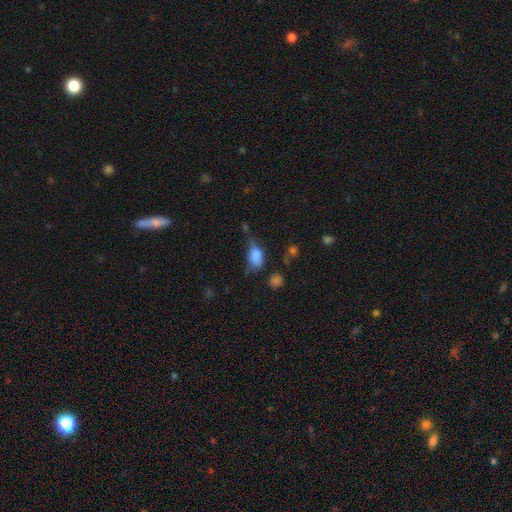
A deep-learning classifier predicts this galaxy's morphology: Q: Smooth or featured?
A: smooth (77%); runner-up: featured or disk (13%)
Q: How rounded?
A: in between (85%); runner-up: round (11%)
Q: Merging?
A: minor disturbance (37%); runner-up: none (30%)